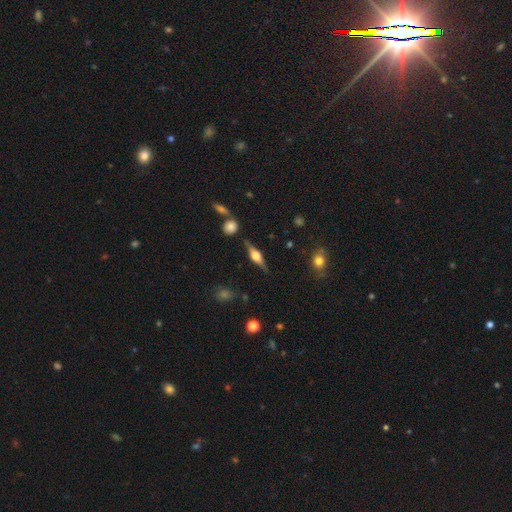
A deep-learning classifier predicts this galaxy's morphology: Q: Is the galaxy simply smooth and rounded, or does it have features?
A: featured or disk — 73%.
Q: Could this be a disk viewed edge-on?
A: yes — 97%.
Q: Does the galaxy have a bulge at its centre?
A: rounded — 88%.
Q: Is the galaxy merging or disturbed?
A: none — 84%.